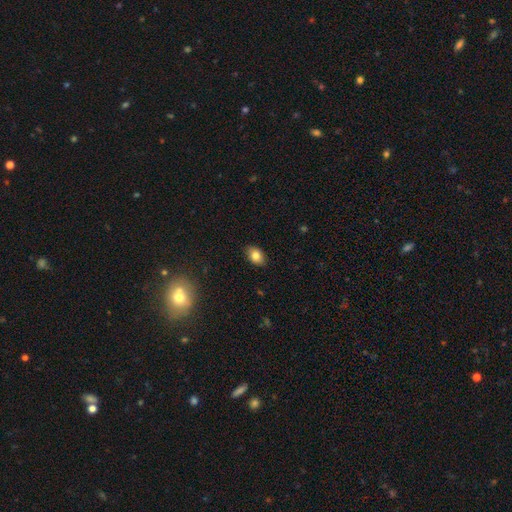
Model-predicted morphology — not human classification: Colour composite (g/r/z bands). It shows a smooth galaxy with no disk features (82%) that is in between round and cigar-shaped (83%). Merging: none (88%).